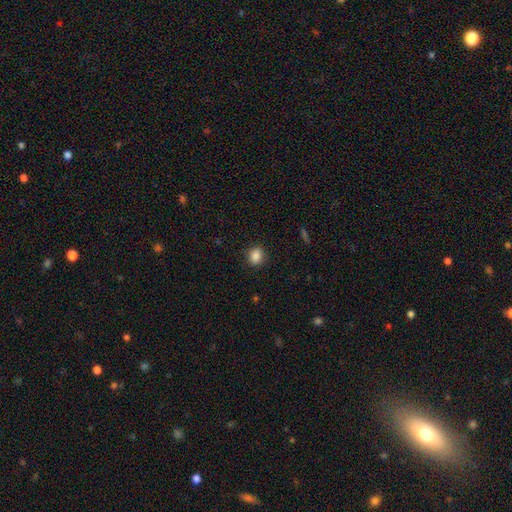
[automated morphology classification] Smooth or featured? smooth (87%)
How rounded? round (54%)
Merging? none (89%)